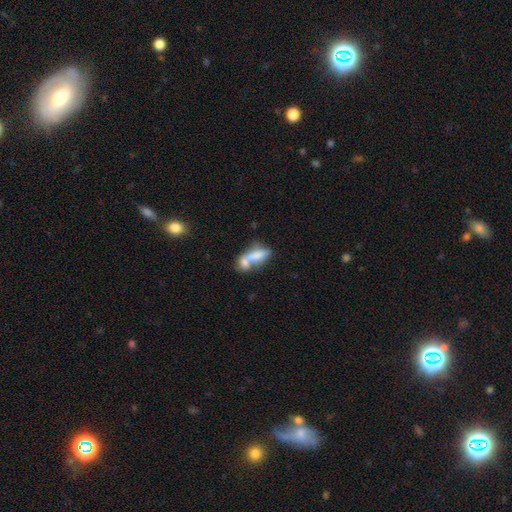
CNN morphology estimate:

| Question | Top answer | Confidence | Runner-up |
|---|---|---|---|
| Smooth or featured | smooth | 71% | featured or disk (21%) |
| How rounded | in between | 77% | cigar-shaped (17%) |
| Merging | merger | 66% | none (19%) |